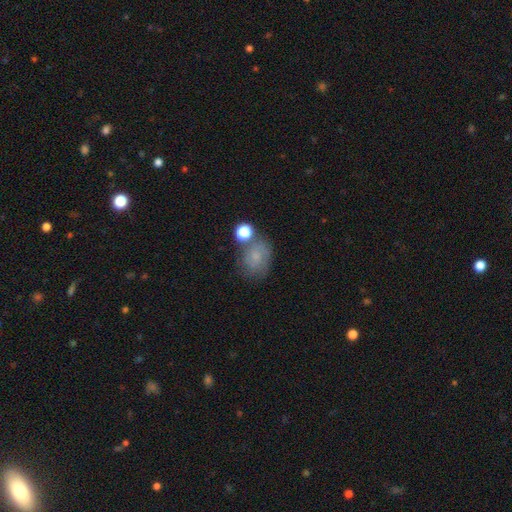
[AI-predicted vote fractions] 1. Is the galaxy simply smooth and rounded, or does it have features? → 58% smooth, 27% featured or disk, 15% star or artifact.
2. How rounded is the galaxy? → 51% round, 48% in between, 1% cigar-shaped.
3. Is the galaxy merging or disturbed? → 55% none, 21% minor disturbance, 14% merger, 10% major disturbance.